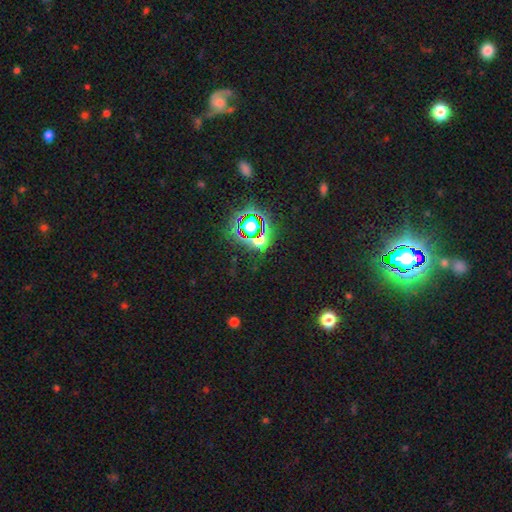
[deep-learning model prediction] Morphology: type=star or artifact (81%).